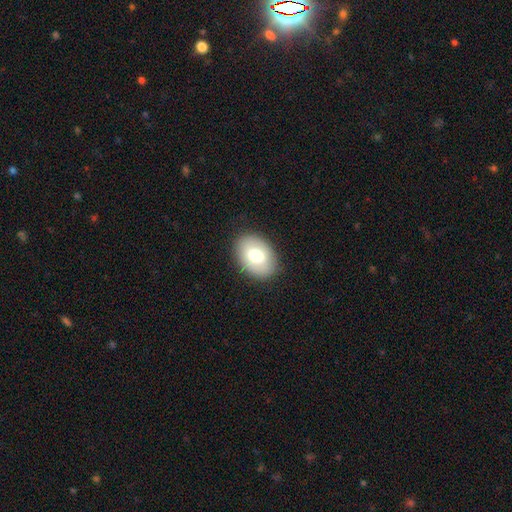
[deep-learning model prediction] Smooth or featured?
  - smooth: 71% *
  - featured or disk: 22%
  - star or artifact: 7%
How rounded?
  - in between: 82% *
  - round: 17%
  - cigar-shaped: 1%
Merging?
  - none: 86% *
  - minor disturbance: 10%
  - major disturbance: 3%
  - merger: 1%